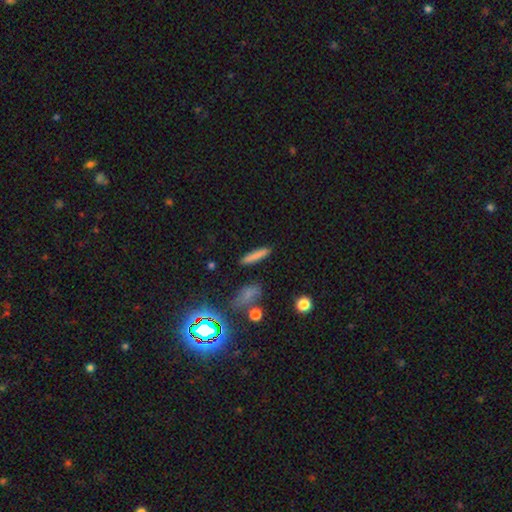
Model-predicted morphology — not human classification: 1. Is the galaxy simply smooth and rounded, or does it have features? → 80% smooth, 11% featured or disk, 9% star or artifact.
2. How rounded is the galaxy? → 87% cigar-shaped, 11% in between, 2% round.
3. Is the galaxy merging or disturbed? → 88% none, 7% minor disturbance, 2% merger, 2% major disturbance.